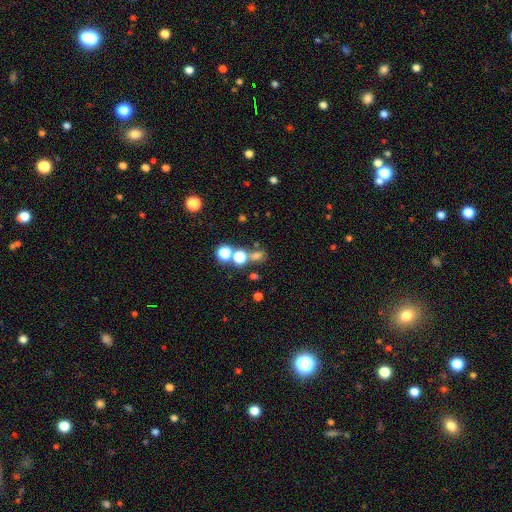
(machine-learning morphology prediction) Smooth or featured?
  - smooth: 60% *
  - star or artifact: 31%
  - featured or disk: 9%
How rounded?
  - round: 61% *
  - in between: 37%
  - cigar-shaped: 2%
Merging?
  - none: 57% *
  - merger: 26%
  - minor disturbance: 10%
  - major disturbance: 6%